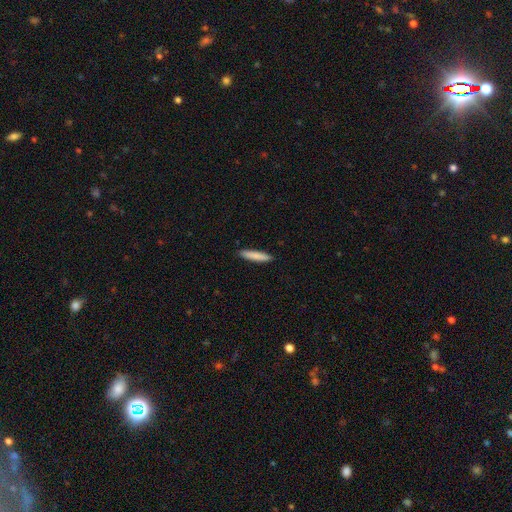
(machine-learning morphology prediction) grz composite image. It shows a smooth galaxy with no disk features (85%) that is cigar-shaped (89%). Merging: none (91%).